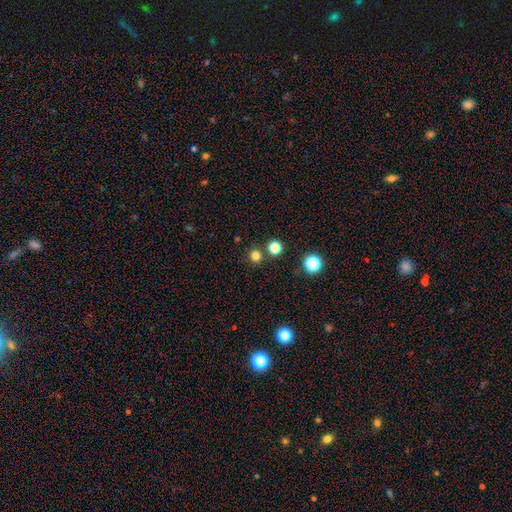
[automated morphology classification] Smooth or featured? smooth (78%)
How rounded? round (93%)
Merging? none (82%)